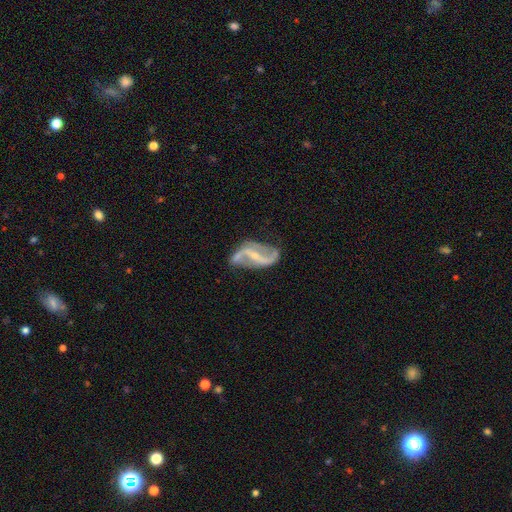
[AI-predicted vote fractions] Smooth or featured? Predicted: featured or disk (p=0.89). Edge-on disk? Predicted: no (p=0.96). Bar? Predicted: strong (p=0.50). Spiral arms? Predicted: yes (p=0.94). Spiral winding? Predicted: loose (p=0.70). Spiral arm count? Predicted: 2 (p=0.92). Bulge size? Predicted: small (p=0.66). Merging? Predicted: none (p=0.62).